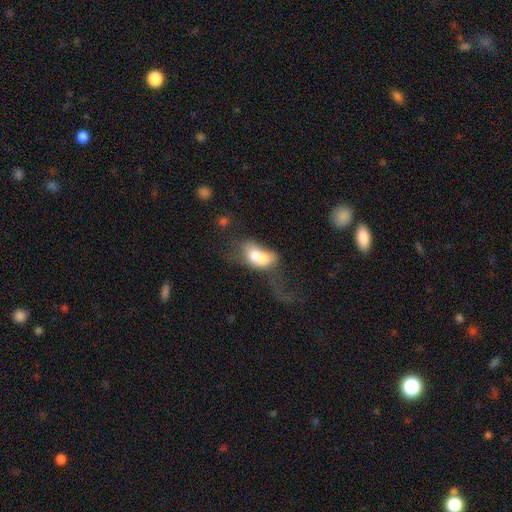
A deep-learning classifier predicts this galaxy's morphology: smooth_or_featured: smooth (p=0.61) [alt: featured or disk p=0.30]
how_rounded: in between (p=0.77) [alt: round p=0.20]
merging: merger (p=0.62) [alt: major disturbance p=0.19]